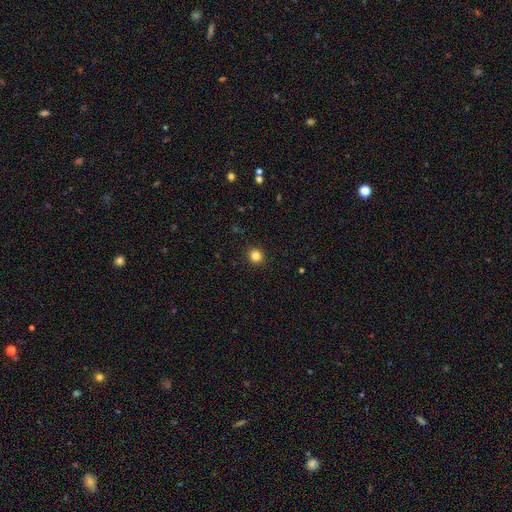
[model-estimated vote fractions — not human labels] This is clearly a smooth galaxy (83%). How rounded: clearly round (92%). Merging: clearly none (93%).